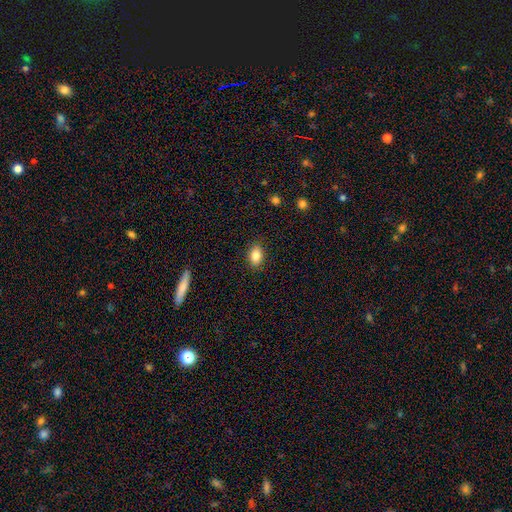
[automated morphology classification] A smooth galaxy with no disk features (85%) that is in between round and cigar-shaped (83%).

Vote fractions:
- Smooth or featured? smooth: 85% / star or artifact: 8% / featured or disk: 6%
- How rounded? in between: 83% / round: 15% / cigar-shaped: 2%
- Merging? none: 87% / minor disturbance: 9% / major disturbance: 2% / merger: 1%